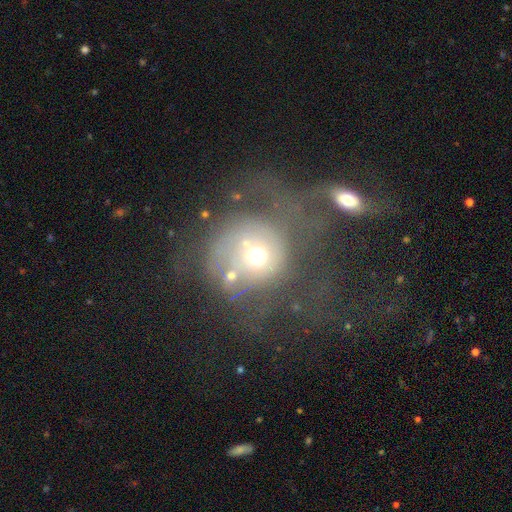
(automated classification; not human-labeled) Q: Smooth or featured?
A: smooth (43%); tied with: featured or disk (43%)
Q: Merging?
A: major disturbance (44%); runner-up: none (23%)